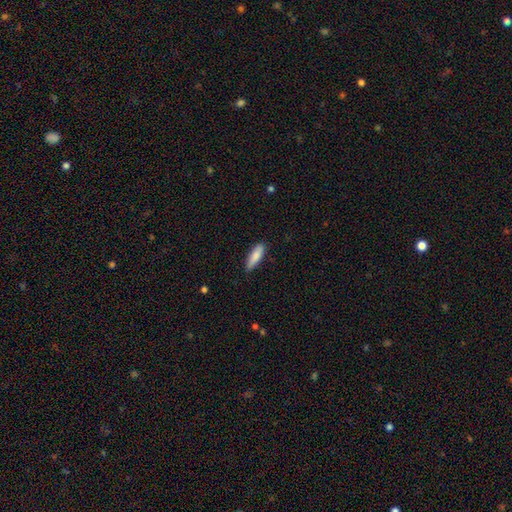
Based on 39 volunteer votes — Smooth or featured? 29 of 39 (74%) said smooth. How rounded? 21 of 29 (72%) said cigar-shaped. Merging? 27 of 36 (75%) said none.